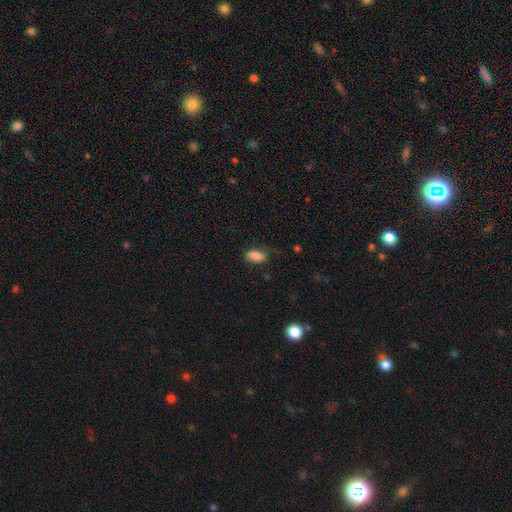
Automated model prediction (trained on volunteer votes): smooth-or-featured: smooth: 82% | featured or disk: 10% | star or artifact: 8%
  how-rounded: in between: 90% | cigar-shaped: 5% | round: 4%
  merging: none: 63% | minor disturbance: 25% | major disturbance: 10% | merger: 2%